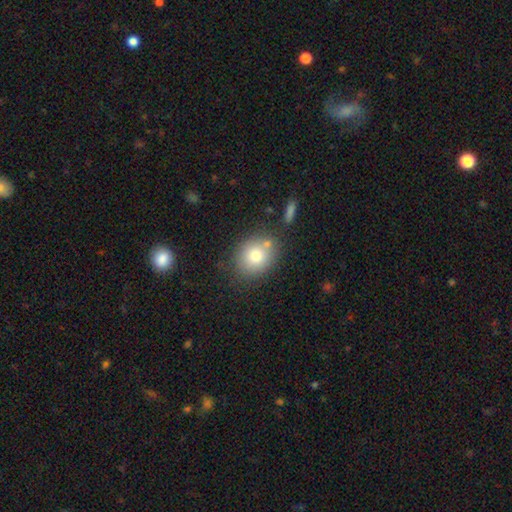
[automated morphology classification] smooth 77%, featured or disk 13%, star or artifact 10%. Down the decision tree: how rounded — round (65%); merging — none (70%).